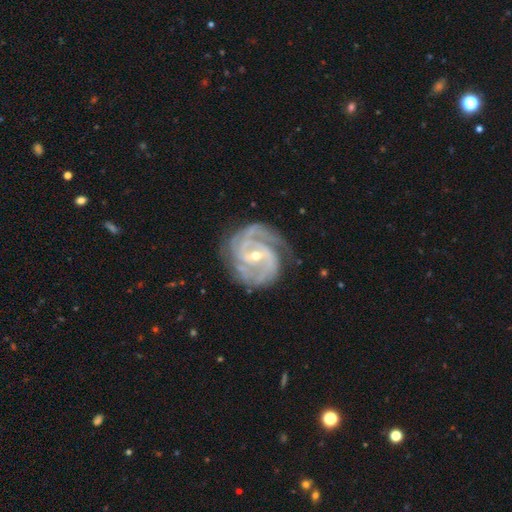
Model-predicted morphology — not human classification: featured or disk 92%, star or artifact 5%, smooth 3%. Down the decision tree: edge-on disk — no (98%); bar — weak (45%); spiral arms — yes (98%); spiral arm count — 3 (33%); spiral winding — tight (64%); bulge size — small (58%); merging — none (74%).